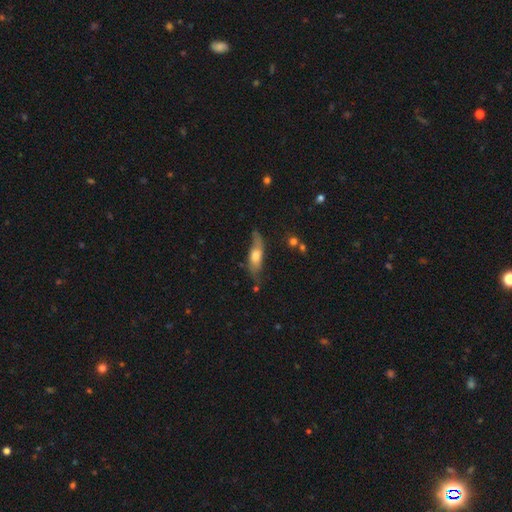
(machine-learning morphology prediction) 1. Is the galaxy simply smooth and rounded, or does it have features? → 51% smooth, 42% featured or disk, 7% star or artifact.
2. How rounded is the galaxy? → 52% cigar-shaped, 45% in between, 3% round.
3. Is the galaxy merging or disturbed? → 60% none, 27% minor disturbance, 9% major disturbance, 4% merger.